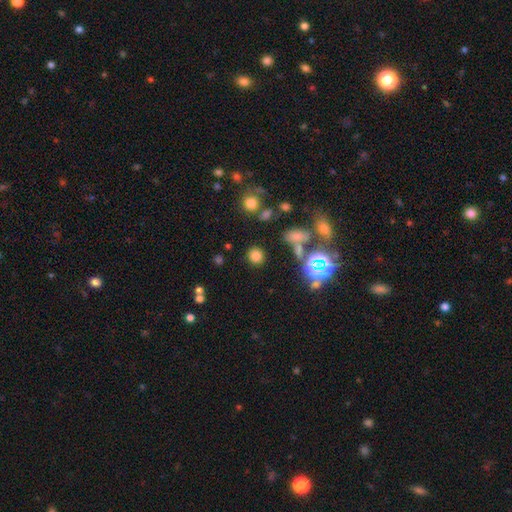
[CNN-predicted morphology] smooth_or_featured: smooth (p=0.74) [alt: star or artifact p=0.19]
how_rounded: round (p=0.84) [alt: in between p=0.15]
merging: none (p=0.83) [alt: minor disturbance p=0.08]